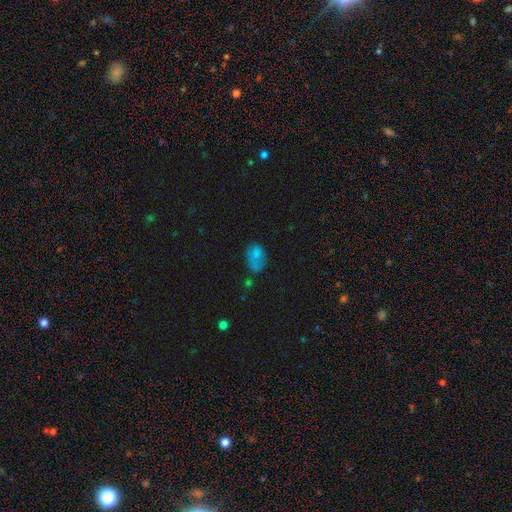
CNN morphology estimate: Smooth or featured? smooth (72%)
How rounded? in between (79%)
Merging? none (42%)